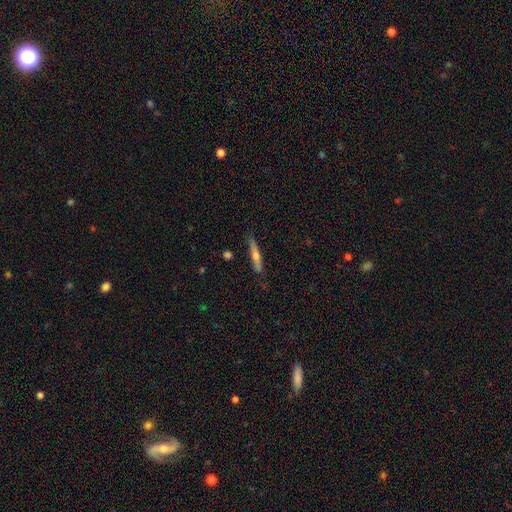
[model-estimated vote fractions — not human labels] Smooth or featured: featured or disk — 59% (smooth — 34%)
Edge-on disk: yes — 96% (no — 4%)
Edge-on bulge: rounded — 82% (none — 14%)
Merging: none — 86% (minor disturbance — 11%)